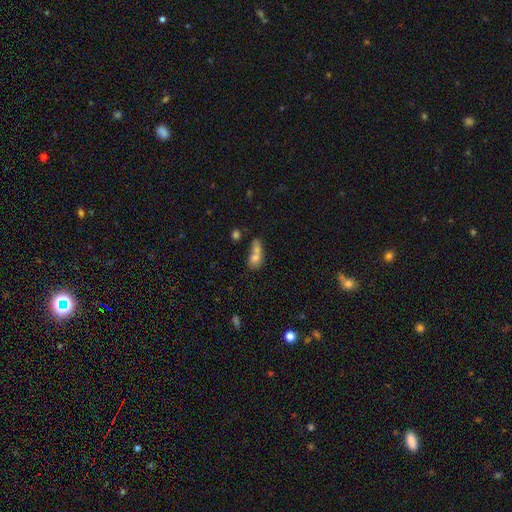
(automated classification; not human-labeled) A smooth galaxy with no disk features (69%) that is in between round and cigar-shaped (63%). Merging: merger (64%).